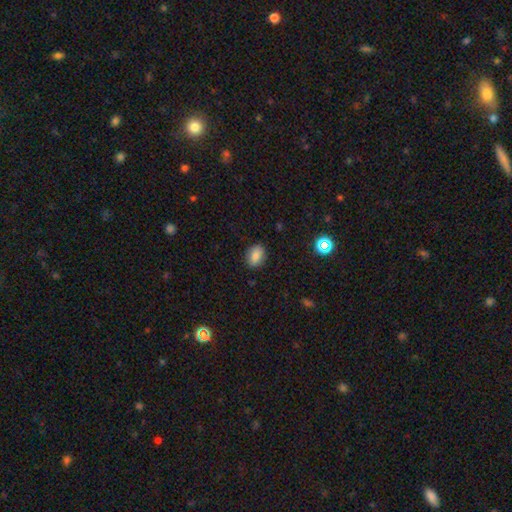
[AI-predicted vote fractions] This is clearly a smooth galaxy (83%). How rounded: likely in between (77%). Merging: clearly none (87%).